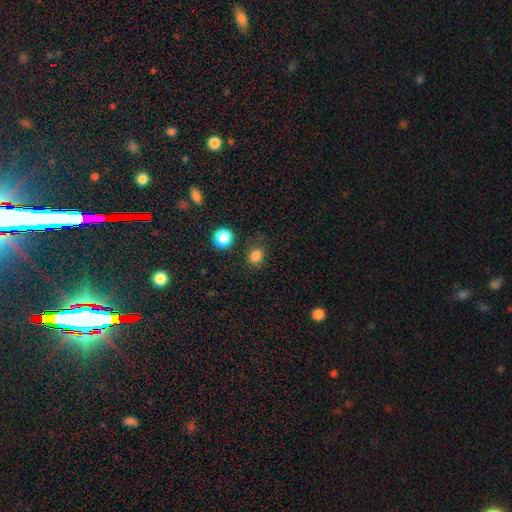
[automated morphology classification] Overall: smooth (82%). How rounded: round (62%; in between 37%). Merging: none (80%).